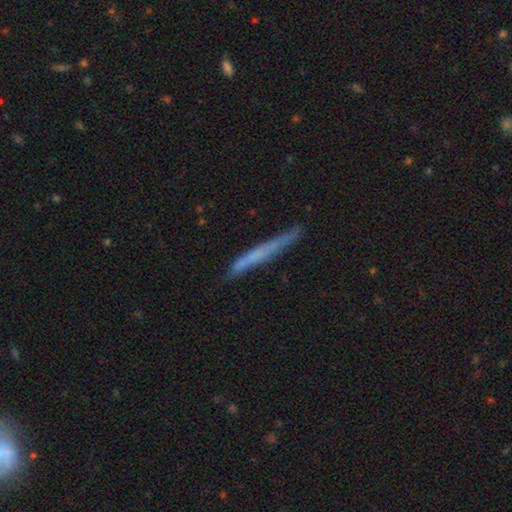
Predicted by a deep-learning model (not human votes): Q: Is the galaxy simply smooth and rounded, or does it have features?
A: smooth — 49%.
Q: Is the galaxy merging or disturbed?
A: none — 83%.